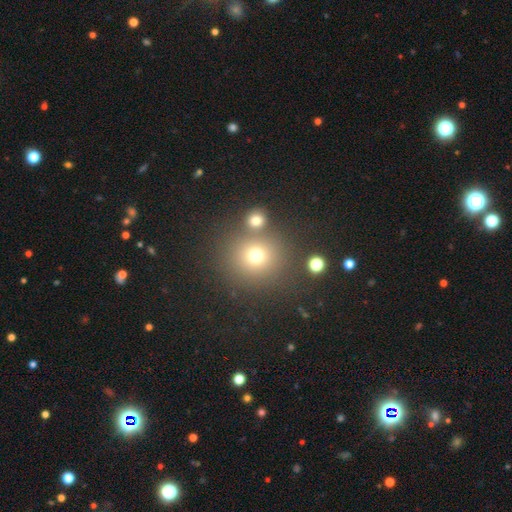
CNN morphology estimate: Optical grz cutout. It shows a smooth galaxy with no disk features (71%) that is round (89%). Merging: none (71%).